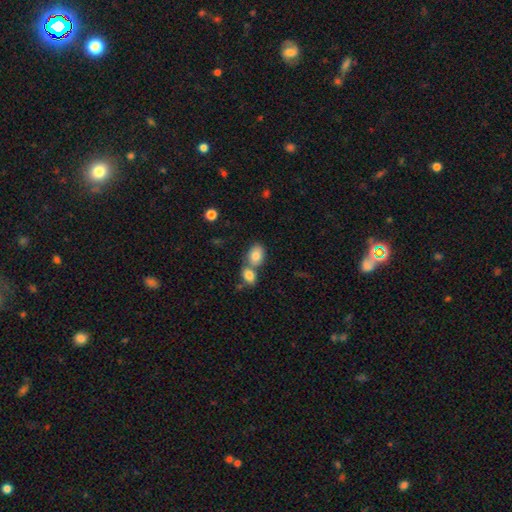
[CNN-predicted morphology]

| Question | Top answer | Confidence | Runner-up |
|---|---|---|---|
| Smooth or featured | smooth | 82% | featured or disk (10%) |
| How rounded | in between | 81% | round (18%) |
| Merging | merger | 48% | none (41%) |